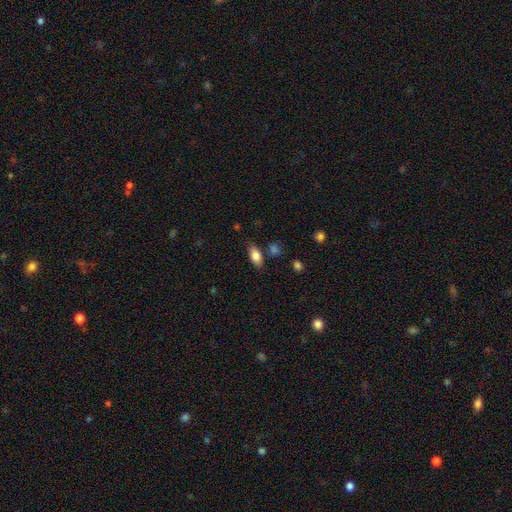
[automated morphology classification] Overall: smooth (83%). How rounded: in between (89%). Merging: none (78%).